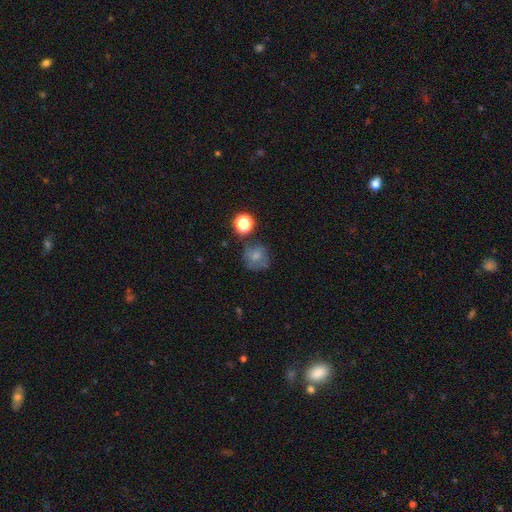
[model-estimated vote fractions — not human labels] Smooth or featured: smooth — 62% (featured or disk — 22%)
How rounded: round — 83% (in between — 16%)
Merging: none — 59% (minor disturbance — 22%)